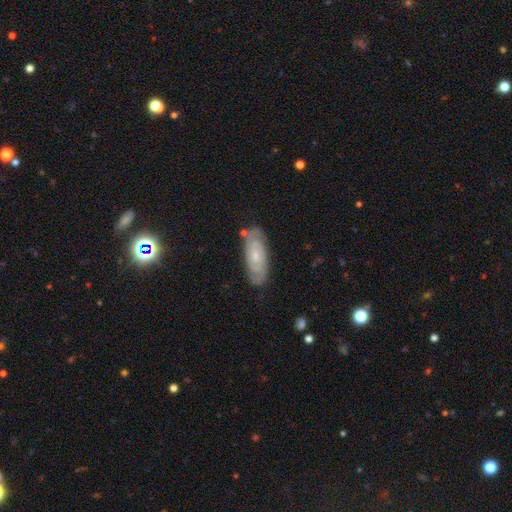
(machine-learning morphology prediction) Overall: featured or disk (71%). Edge-on disk: no (90%). Bar: no (72%). Spiral arms: yes (87%). Spiral arm count: 2 (53%; can't tell 34%). Spiral winding: tight (64%; medium 28%). Bulge size: small (66%; moderate 29%). Merging: none (79%).